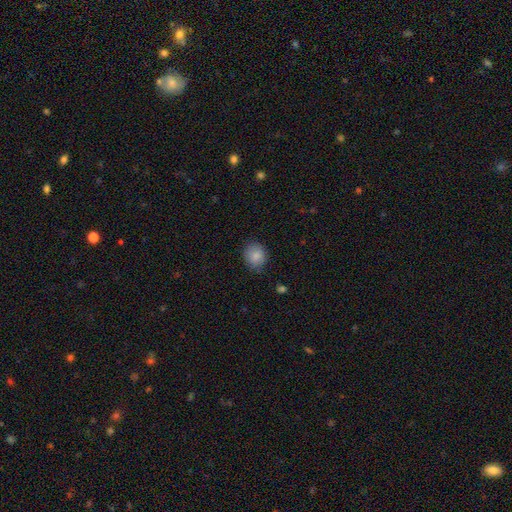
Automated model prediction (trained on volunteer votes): A smooth galaxy with no disk features (86%) that is round (71%). Merging: none (78%).